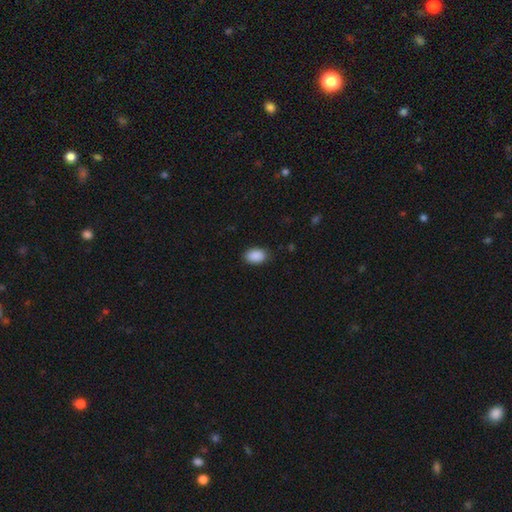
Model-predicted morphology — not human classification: smooth-or-featured: smooth: 90% | star or artifact: 7% | featured or disk: 3%
  how-rounded: in between: 86% | round: 13% | cigar-shaped: 1%
  merging: none: 87% | minor disturbance: 10% | major disturbance: 2% | merger: 1%